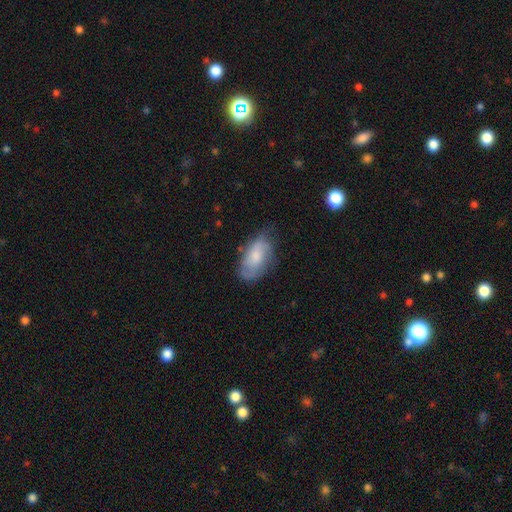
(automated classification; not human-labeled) Morphology: type=smooth (60%); roundness=in between (92%); merging=none (58%).